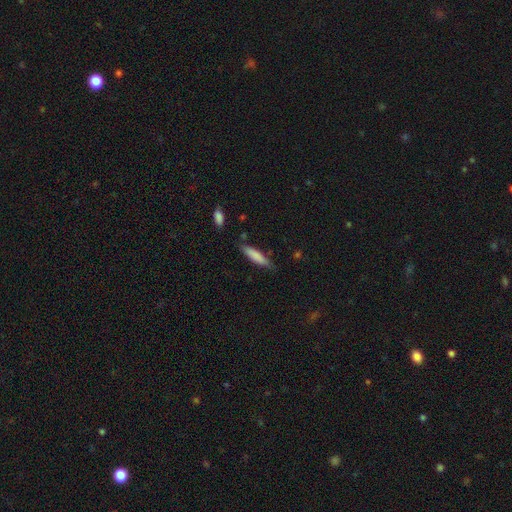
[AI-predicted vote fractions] Smooth or featured? Predicted: smooth (p=0.79). How rounded? Predicted: cigar-shaped (p=0.80). Merging? Predicted: none (p=0.77).